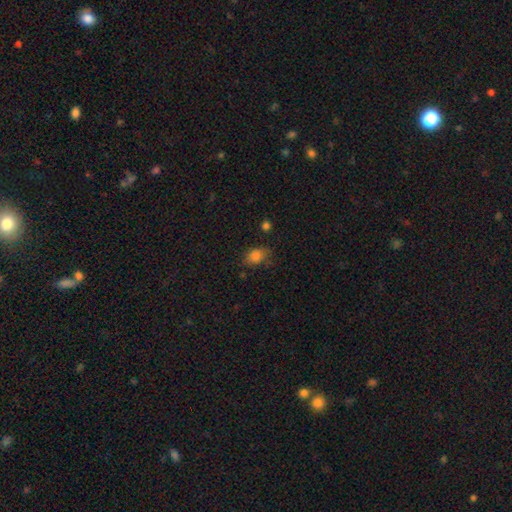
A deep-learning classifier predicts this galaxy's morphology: A smooth galaxy with no disk features (81%) that is in between round and cigar-shaped (74%).

Vote fractions:
- Smooth or featured? smooth: 81% / star or artifact: 13% / featured or disk: 6%
- How rounded? in between: 74% / round: 25% / cigar-shaped: 2%
- Merging? none: 63% / minor disturbance: 26% / major disturbance: 8% / merger: 3%